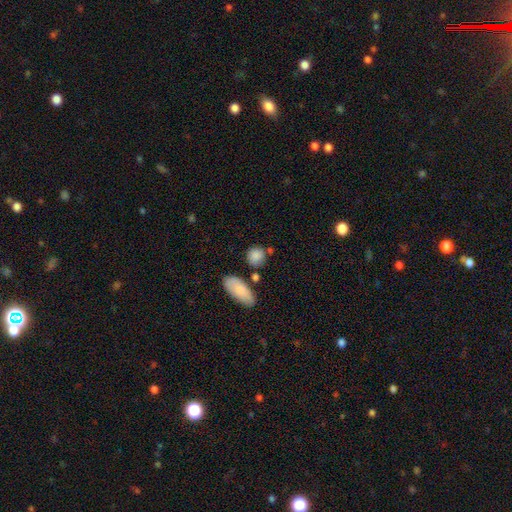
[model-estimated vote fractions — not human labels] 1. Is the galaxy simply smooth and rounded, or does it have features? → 87% smooth, 7% star or artifact, 6% featured or disk.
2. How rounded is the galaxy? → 77% round, 20% in between, 3% cigar-shaped.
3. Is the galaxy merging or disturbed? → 72% none, 14% minor disturbance, 10% merger, 4% major disturbance.